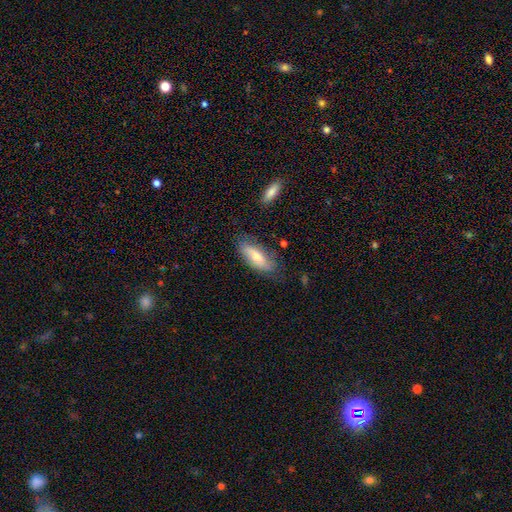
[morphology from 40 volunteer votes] A smooth galaxy with no disk features (57%) that is cigar-shaped (52%).

Vote fractions:
- Smooth or featured? smooth: 57% / featured or disk: 38% / star or artifact: 5%
- How rounded? cigar-shaped: 52% / in between: 48% / round: 0%
- Merging? none: 87% / minor disturbance: 13% / major disturbance: 0% / merger: 0%